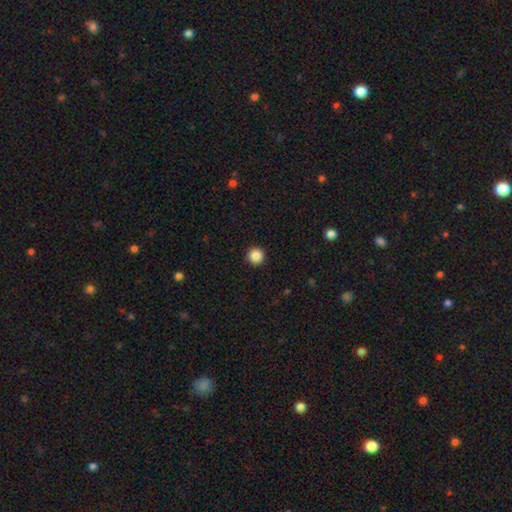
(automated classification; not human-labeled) smooth_or_featured: smooth (p=0.87) [alt: star or artifact p=0.10]
how_rounded: round (p=0.96) [alt: in between p=0.03]
merging: none (p=0.93) [alt: minor disturbance p=0.04]